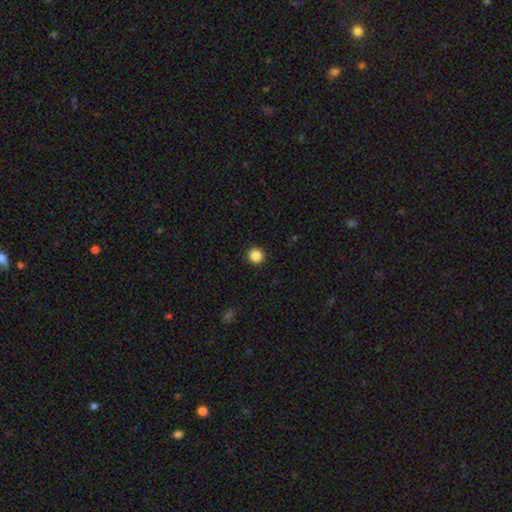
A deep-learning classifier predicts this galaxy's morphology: Smooth or featured? smooth (86%)
How rounded? round (95%)
Merging? none (93%)